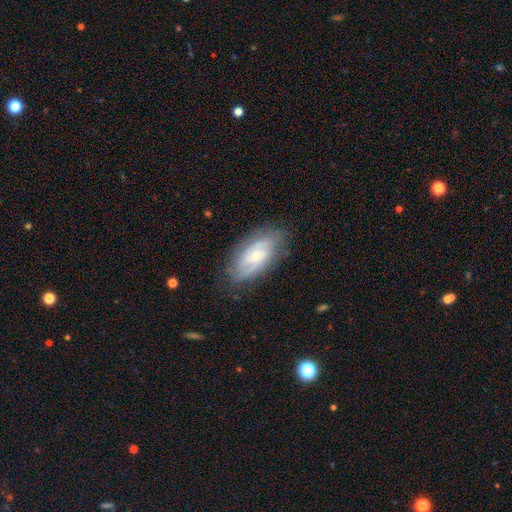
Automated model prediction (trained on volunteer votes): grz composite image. It shows a featured or disk galaxy (70%) with no bar (64%), 2 (42%) tight (53%) spiral arms (86%) and a small central bulge (67%). Merging: none (77%).